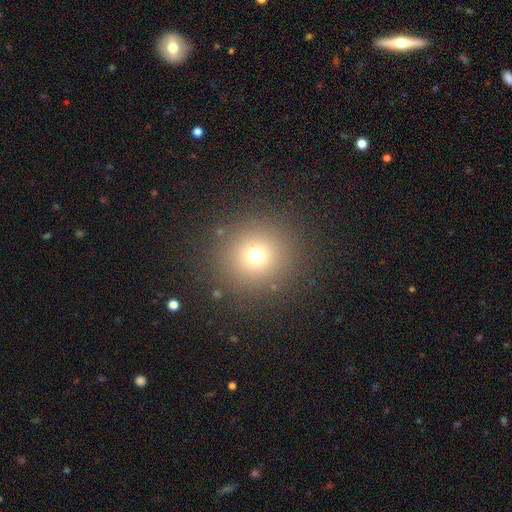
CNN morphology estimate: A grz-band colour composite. It shows a smooth galaxy with no disk features (70%) that is round (94%). Merging: none (88%).